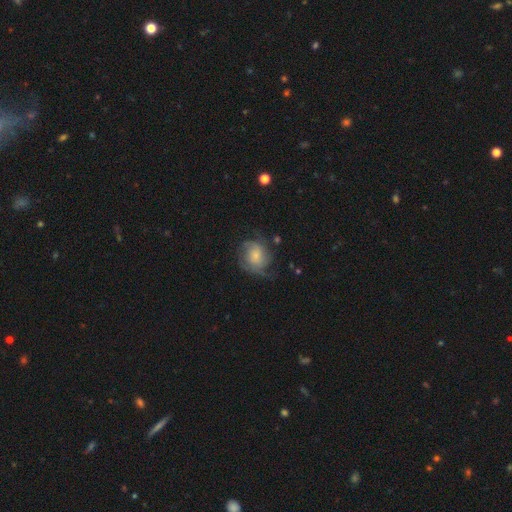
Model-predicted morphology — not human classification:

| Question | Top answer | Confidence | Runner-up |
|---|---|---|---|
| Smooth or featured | featured or disk | 59% | smooth (34%) |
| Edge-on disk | no | 98% | yes (2%) |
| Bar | no | 74% | weak (22%) |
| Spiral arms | yes | 86% | no (14%) |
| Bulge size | small | 56% | moderate (26%) |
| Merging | none | 54% | minor disturbance (25%) |